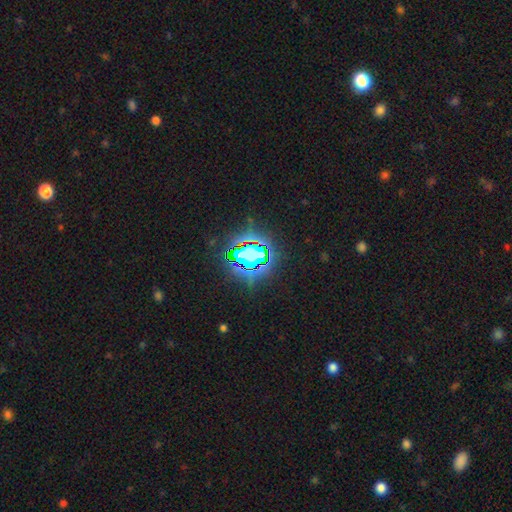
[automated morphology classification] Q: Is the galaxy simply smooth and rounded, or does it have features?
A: star or artifact — 80%.